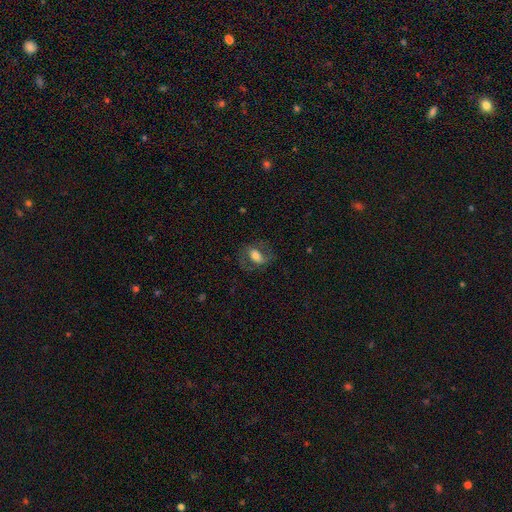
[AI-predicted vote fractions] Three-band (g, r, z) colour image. It shows a smooth galaxy with no disk features (49%). Merging: none (64%).